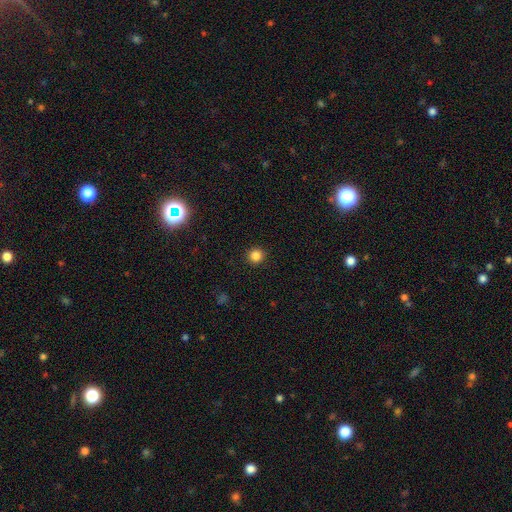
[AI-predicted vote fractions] The model was most divided on "smooth or featured": smooth: 84%, star or artifact: 12%, featured or disk: 4%. More confident: how rounded — round (94%); merging — none (93%).